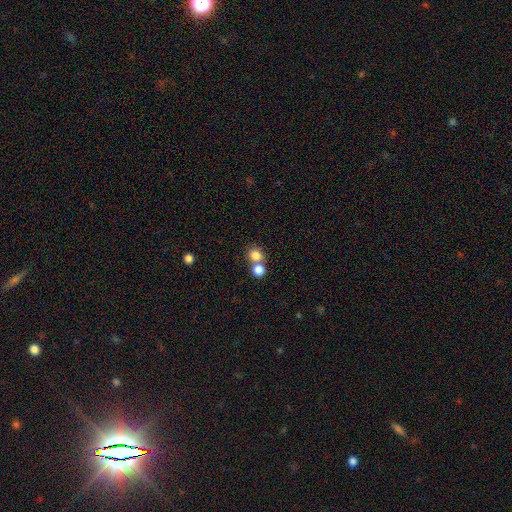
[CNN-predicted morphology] Smooth or featured? smooth (81%)
How rounded? round (82%)
Merging? merger (47%)